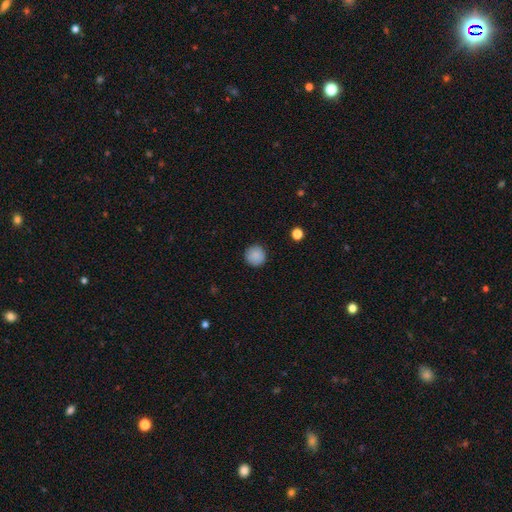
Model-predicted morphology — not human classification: This appears to be a smooth galaxy with no disk features (88%) that is round (95%). Merging: none (91%).